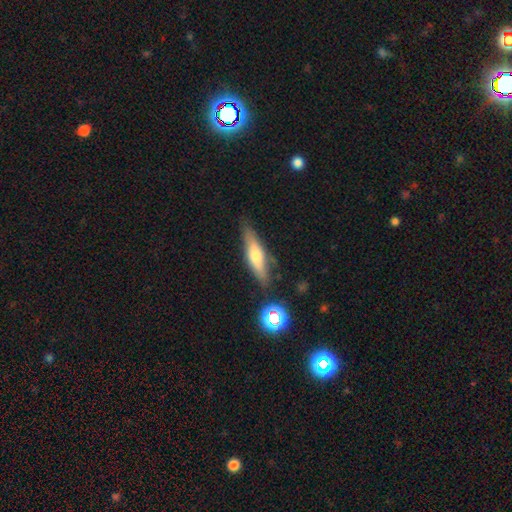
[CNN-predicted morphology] Overall: smooth (51%; featured or disk 41%). How rounded: cigar-shaped (69%; in between 29%). Merging: none (76%).